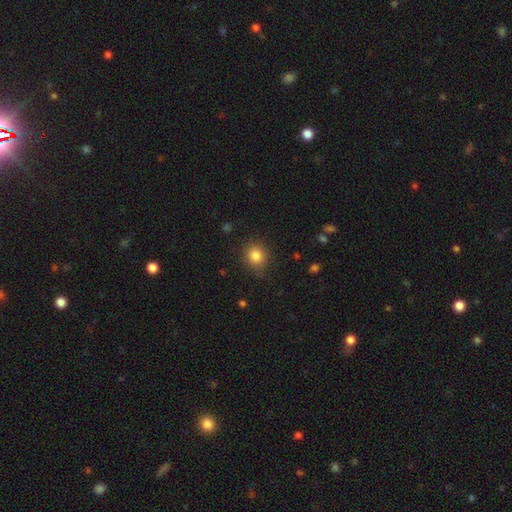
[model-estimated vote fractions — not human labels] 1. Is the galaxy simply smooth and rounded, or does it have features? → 84% smooth, 11% star or artifact, 5% featured or disk.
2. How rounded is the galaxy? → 79% round, 20% in between, 1% cigar-shaped.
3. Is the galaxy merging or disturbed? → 83% none, 13% minor disturbance, 3% major disturbance, 1% merger.